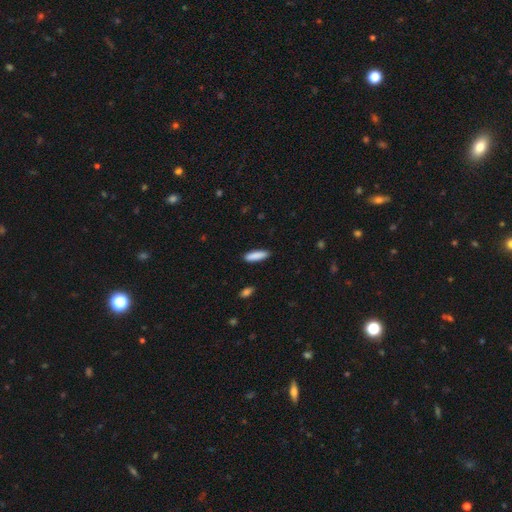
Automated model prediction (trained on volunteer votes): Smooth or featured? Predicted: smooth (p=0.89). How rounded? Predicted: cigar-shaped (p=0.66). Merging? Predicted: none (p=0.89).